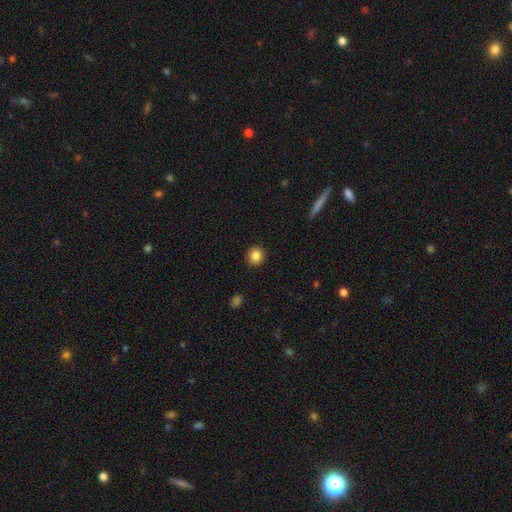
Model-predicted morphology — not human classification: Smooth or featured? Predicted: smooth (p=0.85). How rounded? Predicted: round (p=0.90). Merging? Predicted: none (p=0.92).